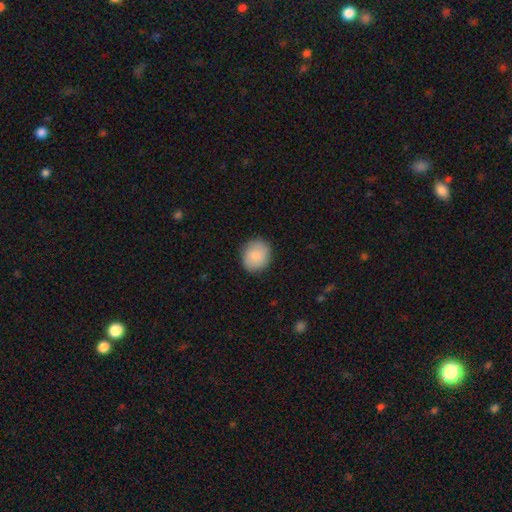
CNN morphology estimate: smooth_or_featured: smooth (p=0.87) [alt: featured or disk p=0.07]
how_rounded: round (p=0.73) [alt: in between p=0.26]
merging: none (p=0.86) [alt: minor disturbance p=0.10]